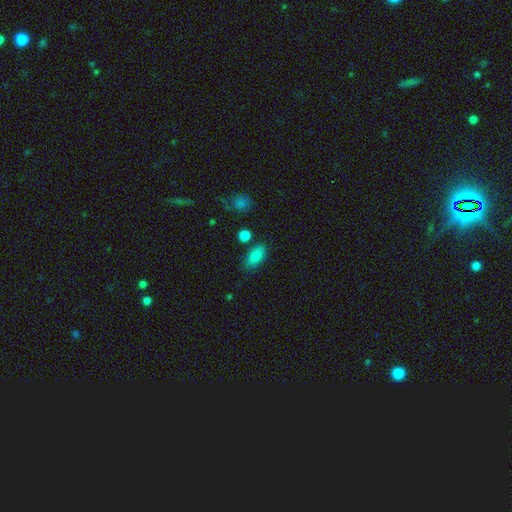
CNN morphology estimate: type=smooth (84%); roundness=in between (89%); merging=none (79%).